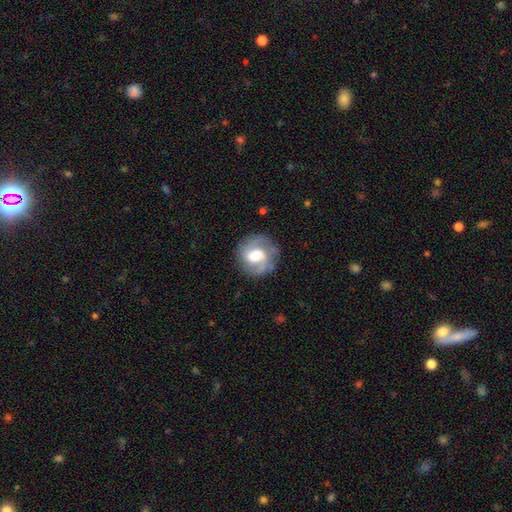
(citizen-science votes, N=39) A featured or disk galaxy (64%) with a weak bar (40%), 2 (64%) medium (52%) spiral arms (100%) and a large central bulge (56%). Merging: none (70%).